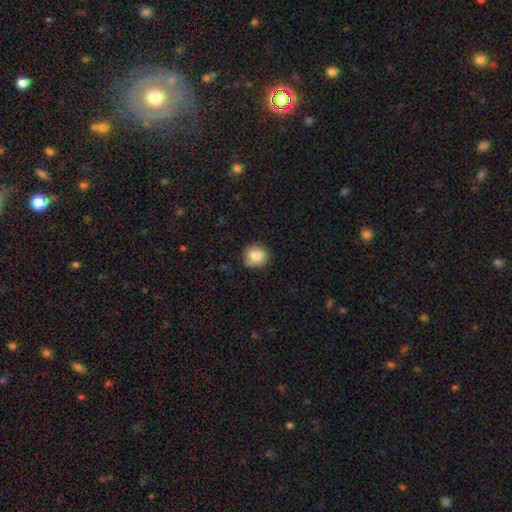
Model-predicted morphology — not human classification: smooth_or_featured: smooth (p=0.84) [alt: star or artifact p=0.09]
how_rounded: round (p=0.90) [alt: in between p=0.09]
merging: none (p=0.86) [alt: minor disturbance p=0.11]